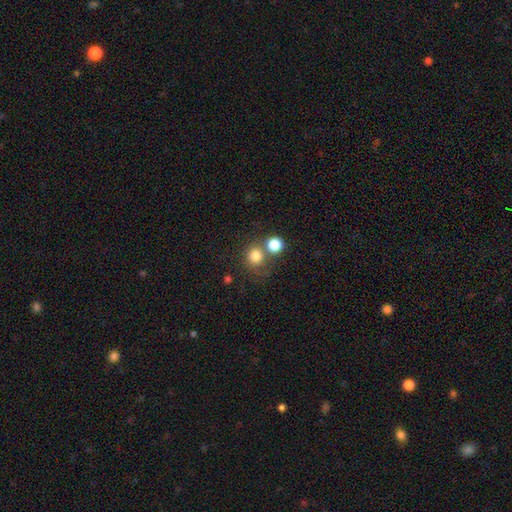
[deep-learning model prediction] smooth 80%, star or artifact 13%, featured or disk 8%. Down the decision tree: how rounded — round (88%); merging — none (57%).